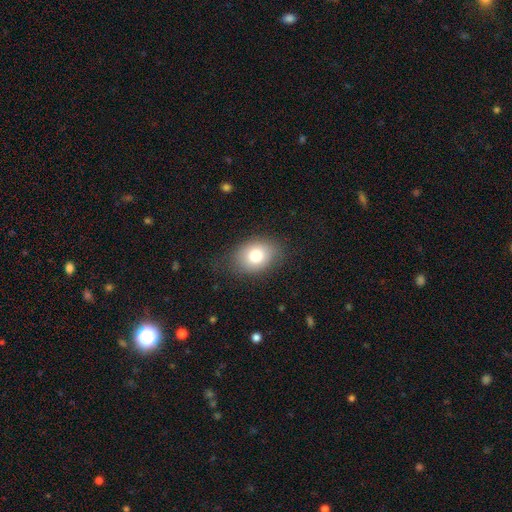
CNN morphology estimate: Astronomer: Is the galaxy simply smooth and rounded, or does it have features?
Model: smooth — 77%.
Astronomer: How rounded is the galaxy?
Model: in between — 64%.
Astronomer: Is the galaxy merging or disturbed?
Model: none — 78%.